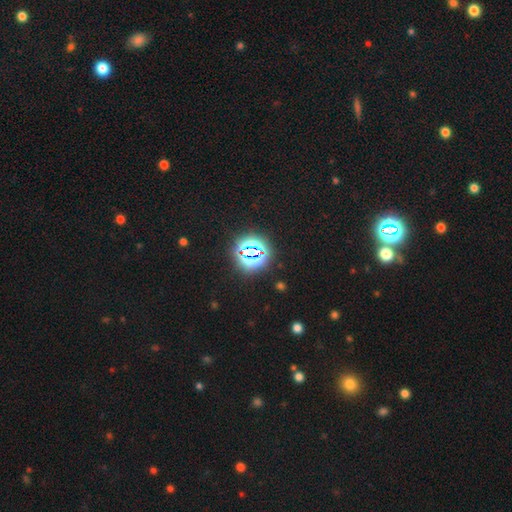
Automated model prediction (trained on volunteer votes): Smooth or featured? star or artifact (79%)